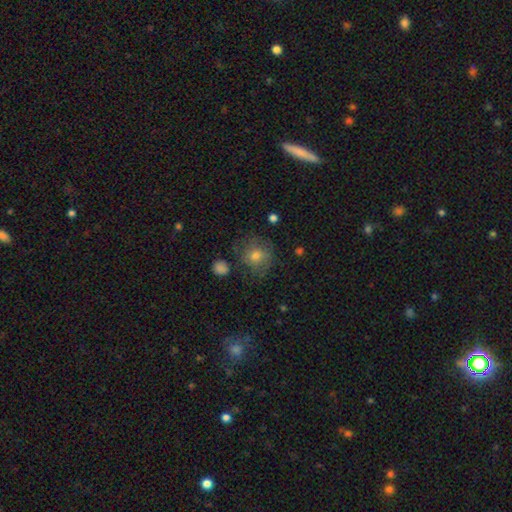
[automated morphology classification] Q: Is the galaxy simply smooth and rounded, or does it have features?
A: smooth — 69%.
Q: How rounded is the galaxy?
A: round — 82%.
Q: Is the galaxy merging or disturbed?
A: none — 67%.